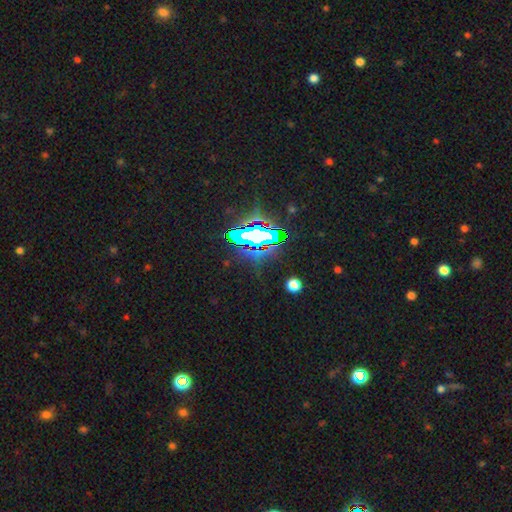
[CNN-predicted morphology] Smooth or featured: star or artifact — 76% (smooth — 14%)